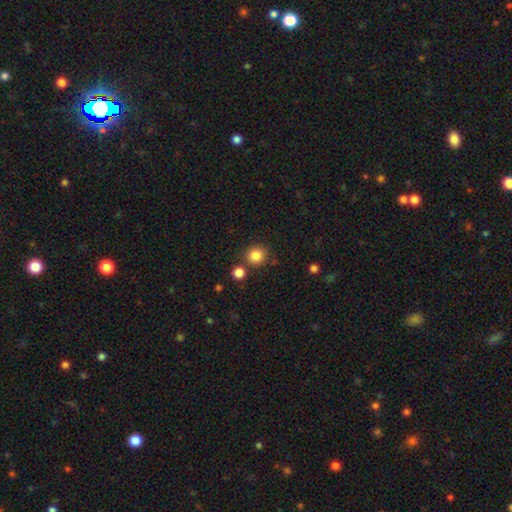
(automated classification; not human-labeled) smooth 85%, star or artifact 11%, featured or disk 4%. Down the decision tree: how rounded — round (88%); merging — none (81%).